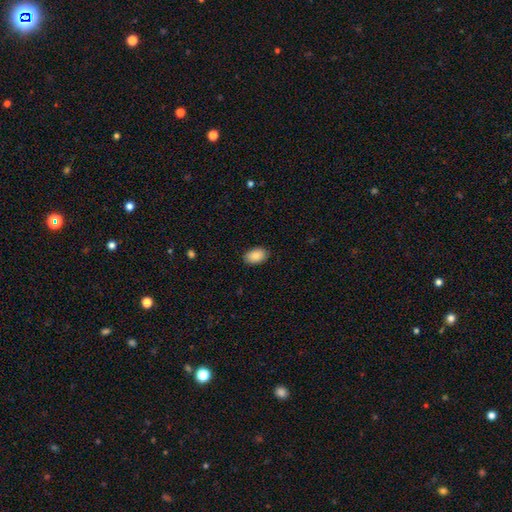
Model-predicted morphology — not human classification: smooth-or-featured: smooth: 89% | star or artifact: 7% | featured or disk: 5%
  how-rounded: in between: 91% | round: 8% | cigar-shaped: 1%
  merging: none: 87% | minor disturbance: 10% | major disturbance: 2% | merger: 1%